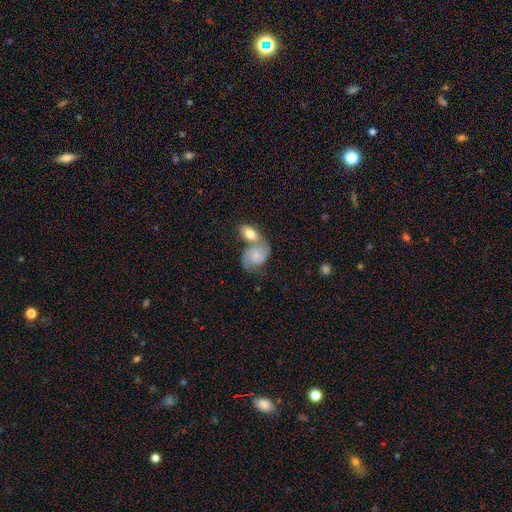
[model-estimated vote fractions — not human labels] This appears to be a featured or disk galaxy (66%) with no bar (65%), 2 (88%) medium (51%) spiral arms (92%) and a small central bulge (40%). Merging: merger (49%).